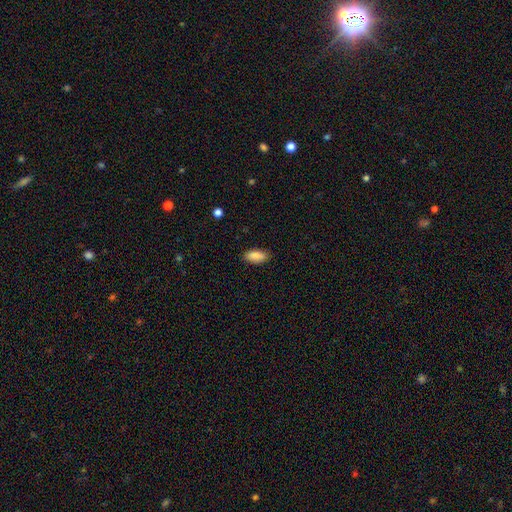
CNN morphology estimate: This is clearly a smooth galaxy (88%). How rounded: clearly in between (89%). Merging: clearly none (87%).